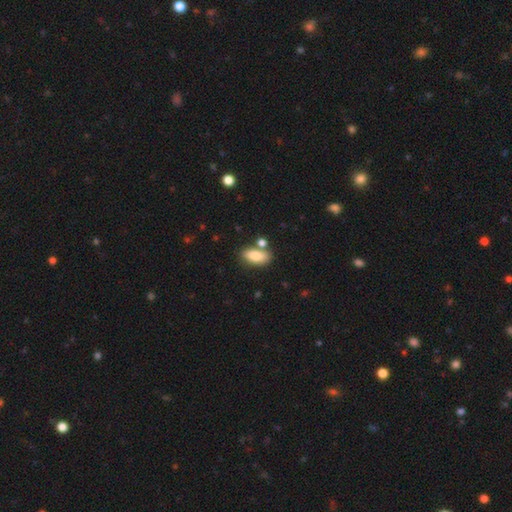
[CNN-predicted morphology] type=smooth (85%); roundness=in between (88%); merging=none (68%).